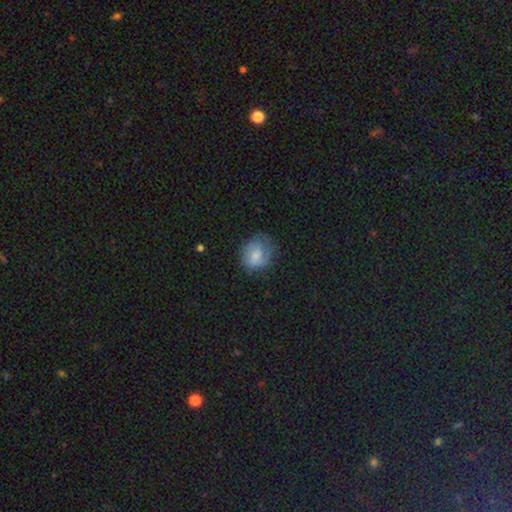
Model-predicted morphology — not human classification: smooth-or-featured: smooth: 61% | featured or disk: 30% | star or artifact: 9%
  how-rounded: round: 61% | in between: 38% | cigar-shaped: 1%
  merging: none: 54% | minor disturbance: 28% | major disturbance: 17% | merger: 2%